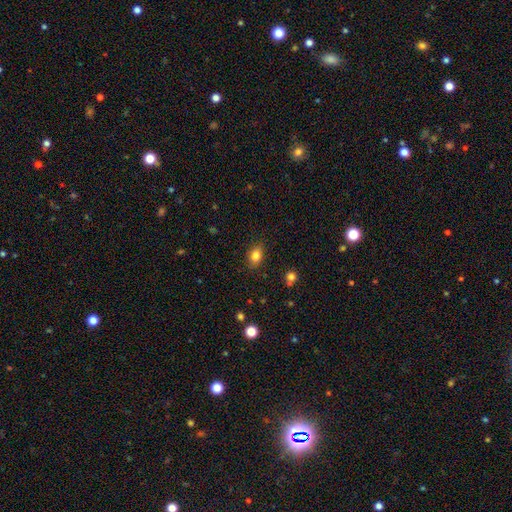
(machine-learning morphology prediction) smooth 83%, star or artifact 10%, featured or disk 7%. Down the decision tree: how rounded — in between (74%); merging — none (84%).